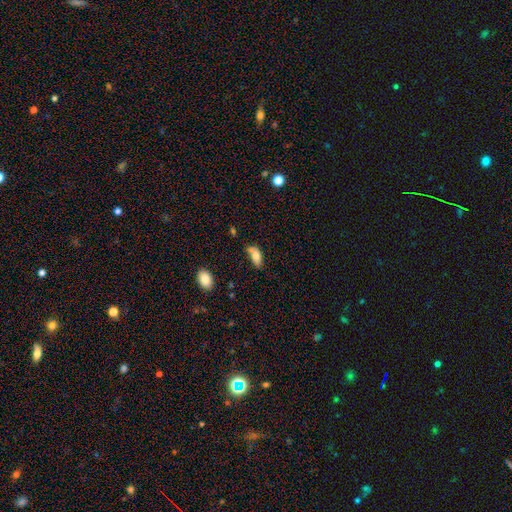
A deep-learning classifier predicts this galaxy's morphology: This appears to be a smooth galaxy with no disk features (75%) that is in between round and cigar-shaped (88%). Merging: none (45%).